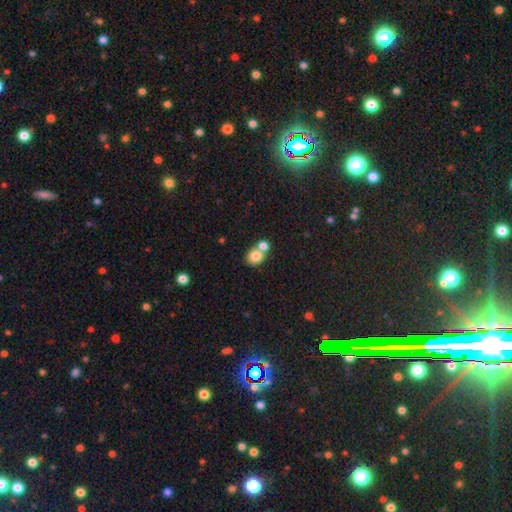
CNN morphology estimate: type=smooth (80%); roundness=round (68%); merging=merger (51%).